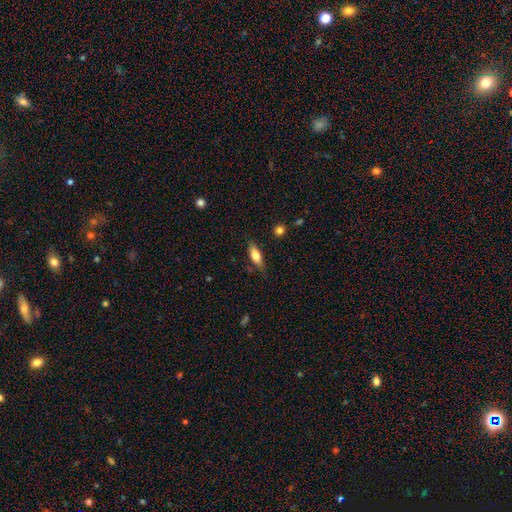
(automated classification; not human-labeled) smooth-or-featured: smooth: 70% | featured or disk: 23% | star or artifact: 7%
  how-rounded: in between: 61% | cigar-shaped: 36% | round: 3%
  merging: none: 77% | minor disturbance: 17% | major disturbance: 4% | merger: 2%